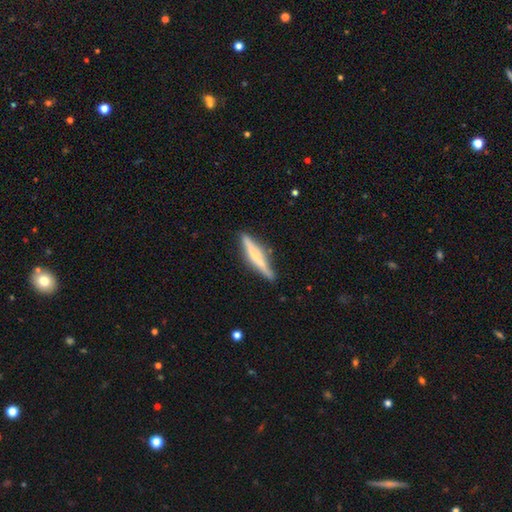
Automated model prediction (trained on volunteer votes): Smooth or featured: featured or disk — 56% (smooth — 38%)
Edge-on disk: yes — 96% (no — 4%)
Edge-on bulge: rounded — 48% (none — 35%)
Merging: none — 85% (minor disturbance — 11%)